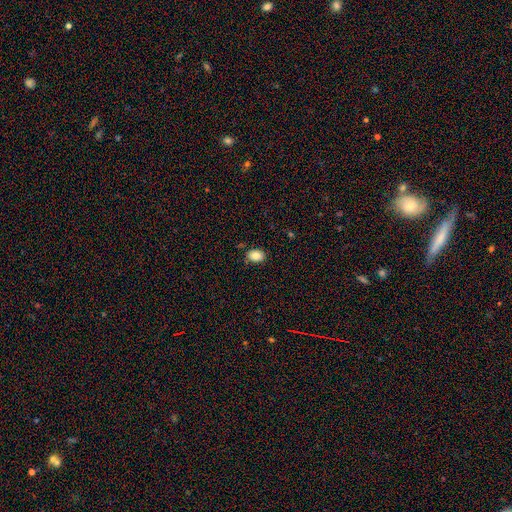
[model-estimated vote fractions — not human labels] The model was most divided on "how rounded": in between: 73%, round: 26%, cigar-shaped: 1%. More confident: smooth or featured — smooth (86%); merging — none (83%).